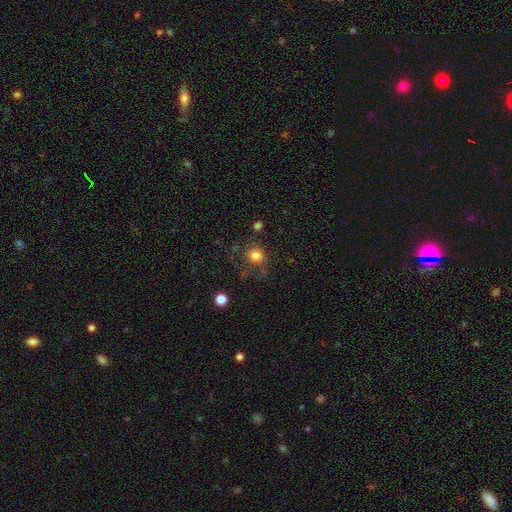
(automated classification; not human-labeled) Overall: smooth (80%). How rounded: round (88%). Merging: none (70%).